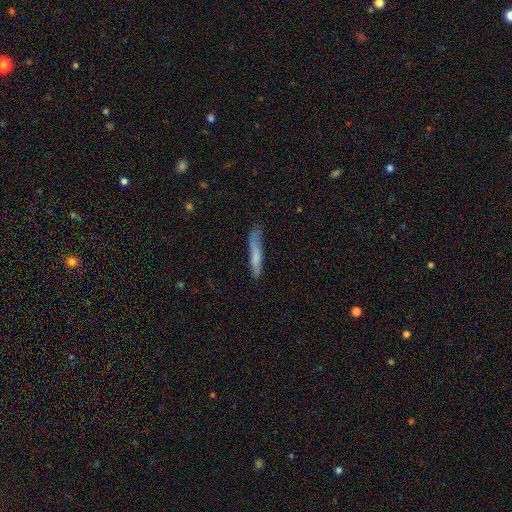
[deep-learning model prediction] smooth-or-featured: smooth: 65% | featured or disk: 28% | star or artifact: 7%
  how-rounded: cigar-shaped: 92% | in between: 7% | round: 1%
  merging: none: 64% | minor disturbance: 25% | major disturbance: 8% | merger: 3%